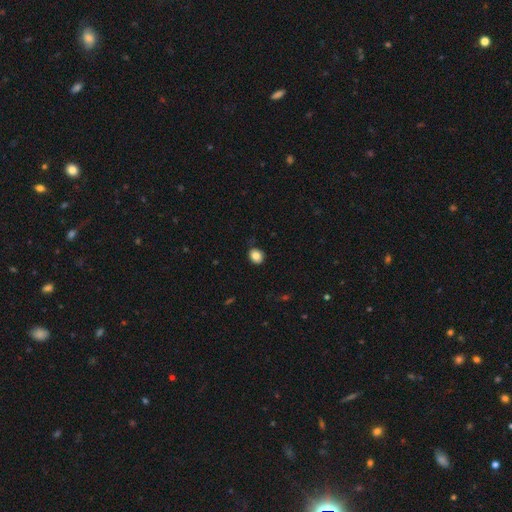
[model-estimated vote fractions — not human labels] Smooth or featured? smooth (84%)
How rounded? round (59%)
Merging? none (81%)